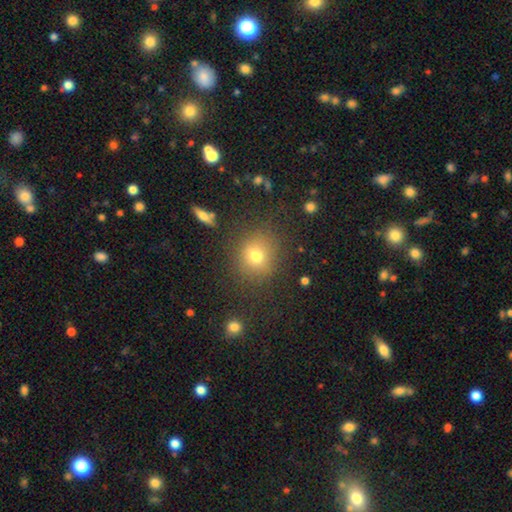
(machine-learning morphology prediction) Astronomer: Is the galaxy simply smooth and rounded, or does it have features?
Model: smooth — 74%.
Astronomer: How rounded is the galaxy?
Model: round — 83%.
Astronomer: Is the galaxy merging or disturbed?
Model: none — 82%.